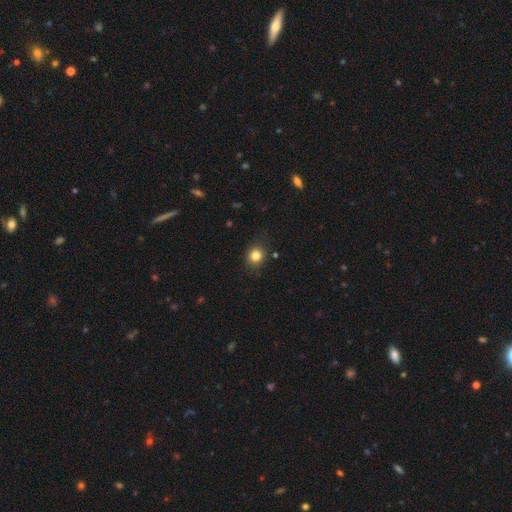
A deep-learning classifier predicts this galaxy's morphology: Overall: smooth (81%). How rounded: round (77%). Merging: none (82%).